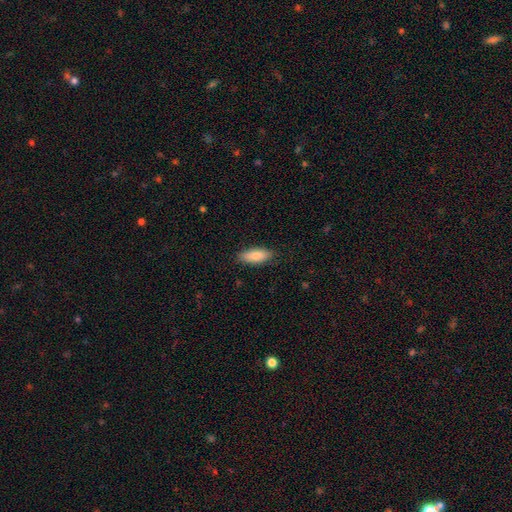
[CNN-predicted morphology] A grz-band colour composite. It shows a smooth galaxy with no disk features (85%) that is in between round and cigar-shaped (71%). Merging: none (86%).